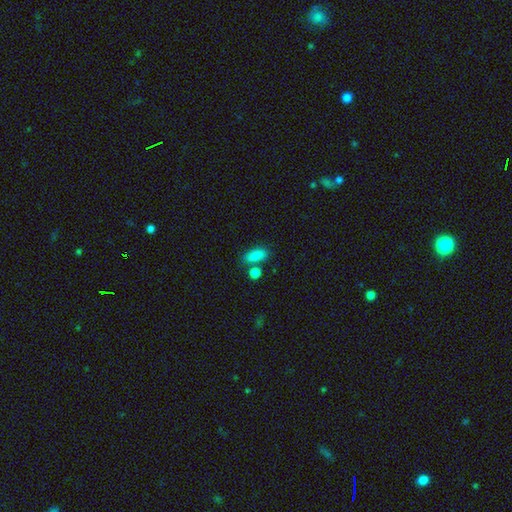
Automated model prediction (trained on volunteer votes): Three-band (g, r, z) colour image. It shows a smooth galaxy with no disk features (86%) that is in between round and cigar-shaped (80%). Merging: none (64%).